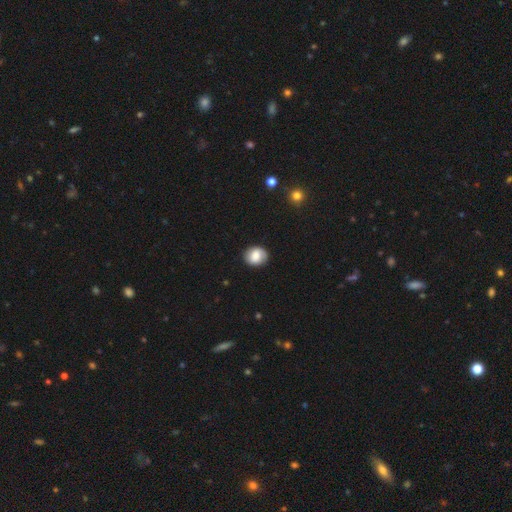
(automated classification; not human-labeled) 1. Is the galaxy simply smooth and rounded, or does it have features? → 75% smooth, 17% featured or disk, 8% star or artifact.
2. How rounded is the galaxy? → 66% round, 33% in between, 1% cigar-shaped.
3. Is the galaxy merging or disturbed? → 84% none, 12% minor disturbance, 3% major disturbance, 1% merger.